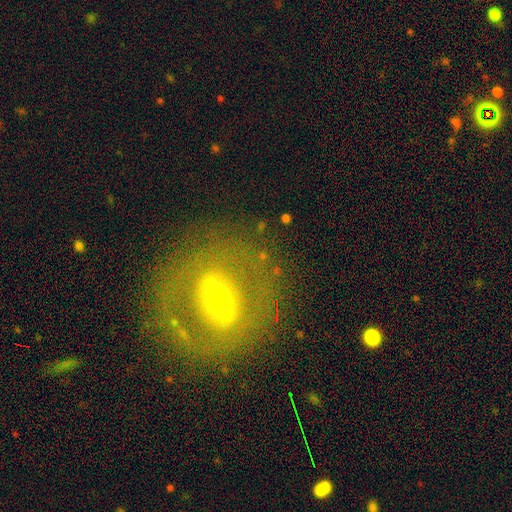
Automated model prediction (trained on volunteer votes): A featured or disk galaxy (63%) with a weak bar (35%), no spiral arms (76%) and a small central bulge (48%).

Vote fractions:
- Smooth or featured? featured or disk: 63% / smooth: 27% / star or artifact: 10%
- Edge-on disk? no: 91% / yes: 9%
- Bar? weak: 35% / strong: 34% / no: 31%
- Spiral arms? no: 76% / yes: 24%
- Bulge size? small: 48% / moderate: 47% / large: 3% / dominant: 1% / none: 1%
- Merging? none: 79% / minor disturbance: 12% / major disturbance: 8% / merger: 2%